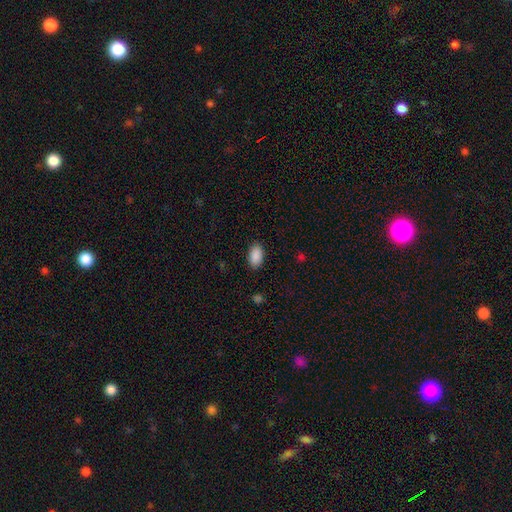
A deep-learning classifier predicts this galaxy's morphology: Smooth or featured: smooth — 91% (star or artifact — 7%)
How rounded: in between — 94% (round — 4%)
Merging: none — 88% (minor disturbance — 8%)